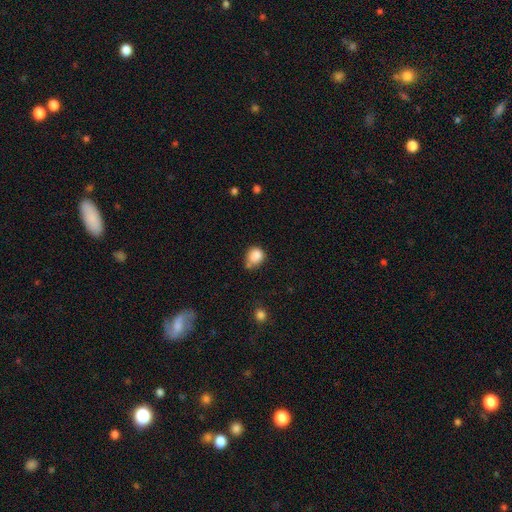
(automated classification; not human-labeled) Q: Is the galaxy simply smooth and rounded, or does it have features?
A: smooth — 85%.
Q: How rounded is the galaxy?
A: round — 79%.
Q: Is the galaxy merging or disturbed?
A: none — 56%.